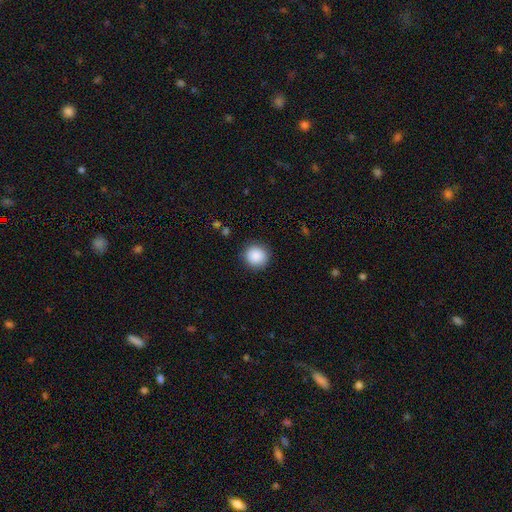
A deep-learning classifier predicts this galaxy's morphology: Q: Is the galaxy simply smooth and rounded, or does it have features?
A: smooth — 89%.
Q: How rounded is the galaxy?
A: round — 93%.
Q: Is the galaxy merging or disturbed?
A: none — 90%.